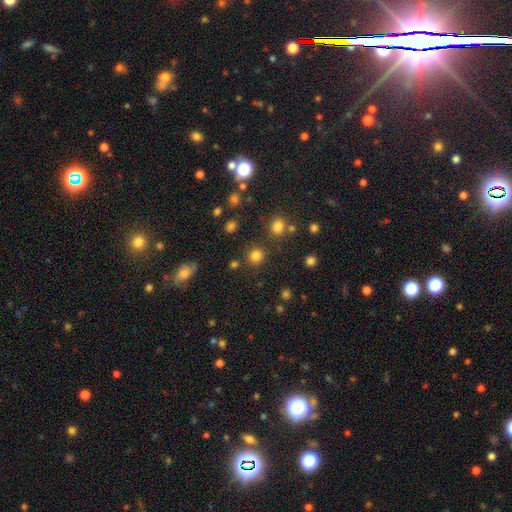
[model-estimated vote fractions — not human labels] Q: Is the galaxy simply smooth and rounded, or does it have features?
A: smooth — 80%.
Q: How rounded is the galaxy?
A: round — 93%.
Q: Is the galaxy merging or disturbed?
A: none — 86%.